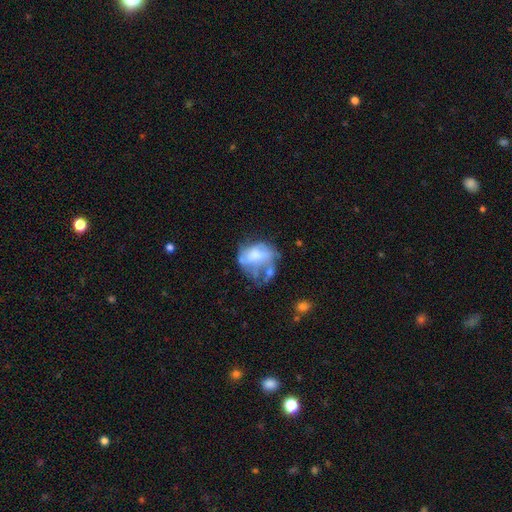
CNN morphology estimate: Overall: featured or disk (49%; smooth 41%). Merging: major disturbance (36%; none 25%).